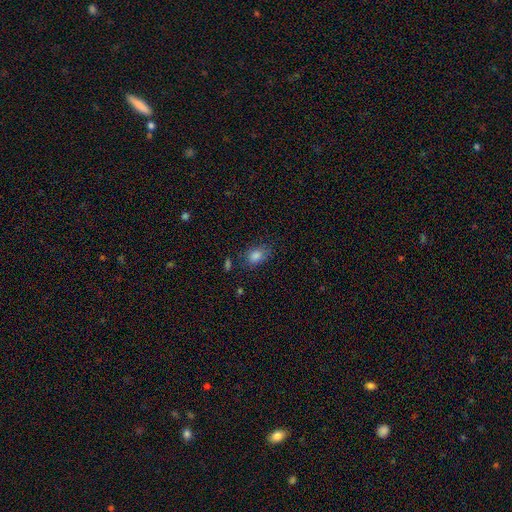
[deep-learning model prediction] smooth-or-featured: smooth: 82% | star or artifact: 12% | featured or disk: 7%
  how-rounded: in between: 74% | round: 24% | cigar-shaped: 2%
  merging: none: 73% | minor disturbance: 18% | major disturbance: 6% | merger: 4%